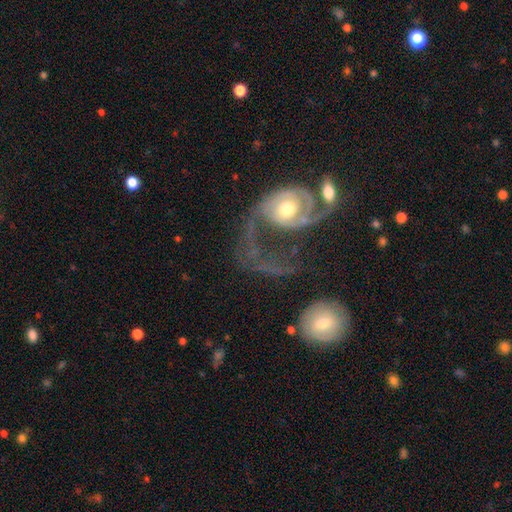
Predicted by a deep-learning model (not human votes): A featured or disk galaxy (78%) with no bar (68%), 2 (44%) loose (48%) spiral arms (82%) and a moderate central bulge (66%). Merging: major disturbance (53%).